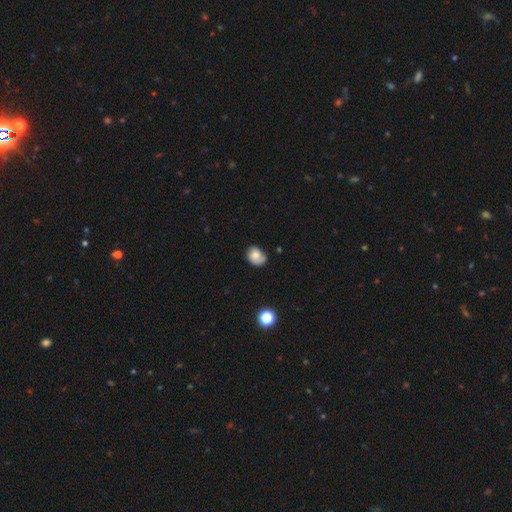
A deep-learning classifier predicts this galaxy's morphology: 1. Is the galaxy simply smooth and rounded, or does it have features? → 68% smooth, 22% featured or disk, 10% star or artifact.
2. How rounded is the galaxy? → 53% in between, 46% round, 1% cigar-shaped.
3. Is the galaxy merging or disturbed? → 54% none, 32% minor disturbance, 10% major disturbance, 4% merger.